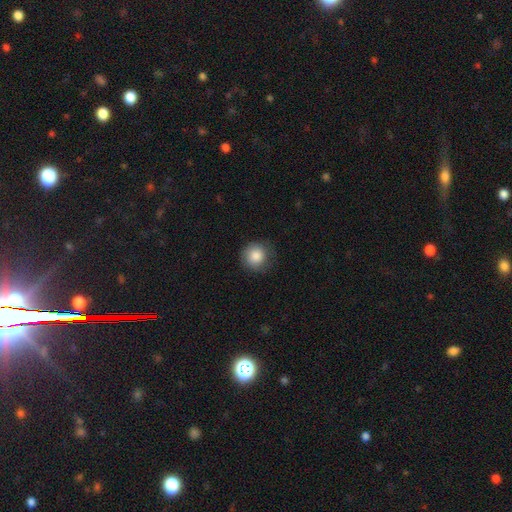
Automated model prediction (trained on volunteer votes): A smooth galaxy with no disk features (86%) that is round (93%).

Vote fractions:
- Smooth or featured? smooth: 86% / star or artifact: 8% / featured or disk: 6%
- How rounded? round: 93% / in between: 6% / cigar-shaped: 1%
- Merging? none: 81% / minor disturbance: 13% / major disturbance: 4% / merger: 1%